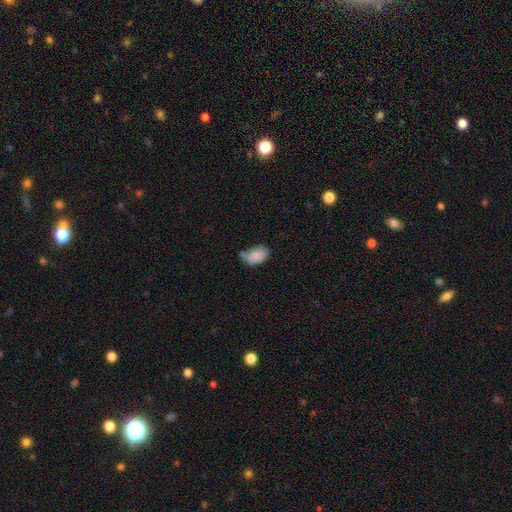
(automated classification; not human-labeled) Smooth or featured? smooth (84%)
How rounded? in between (90%)
Merging? none (44%)